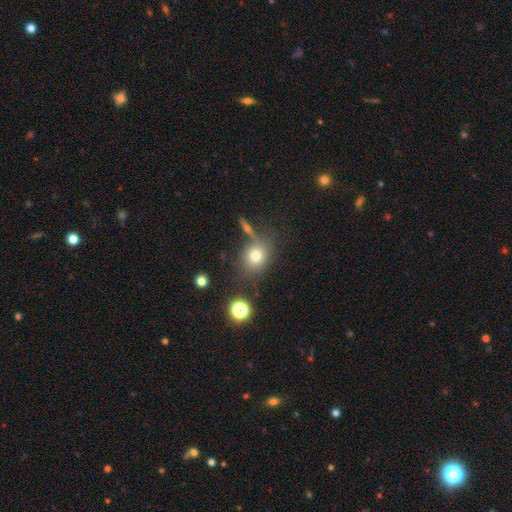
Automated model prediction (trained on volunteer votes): Overall: smooth (74%). How rounded: round (69%). Merging: none (67%).